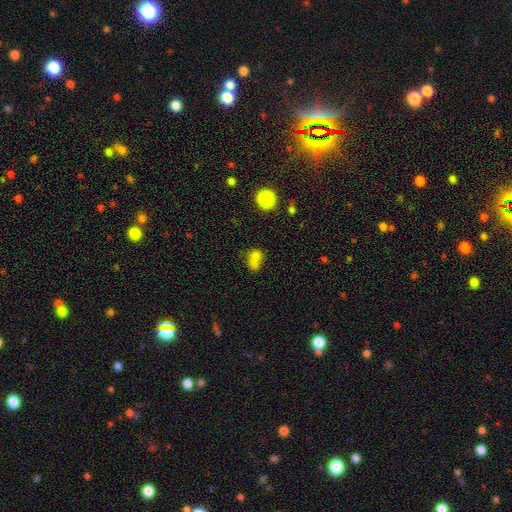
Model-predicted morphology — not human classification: Smooth or featured: smooth — 70% (star or artifact — 16%)
How rounded: round — 55% (in between — 43%)
Merging: merger — 51% (none — 29%)